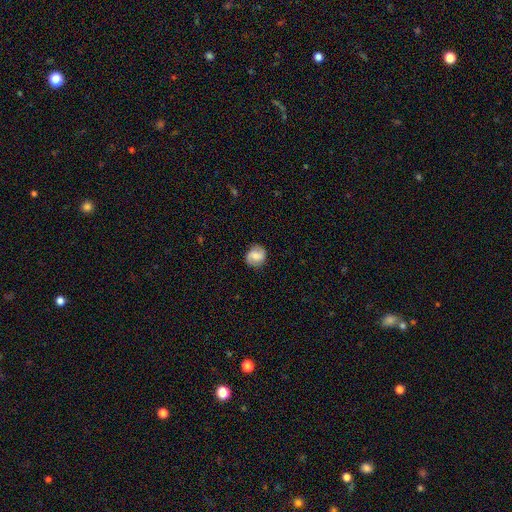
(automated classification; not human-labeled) This appears to be a smooth galaxy with no disk features (46%). Merging: none (83%).